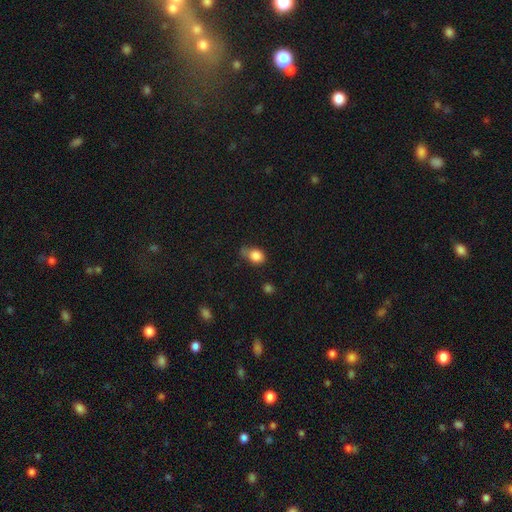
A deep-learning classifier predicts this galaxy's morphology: smooth-or-featured: smooth: 85% | star or artifact: 10% | featured or disk: 6%
  how-rounded: round: 51% | in between: 47% | cigar-shaped: 1%
  merging: none: 43% | minor disturbance: 36% | major disturbance: 12% | merger: 9%